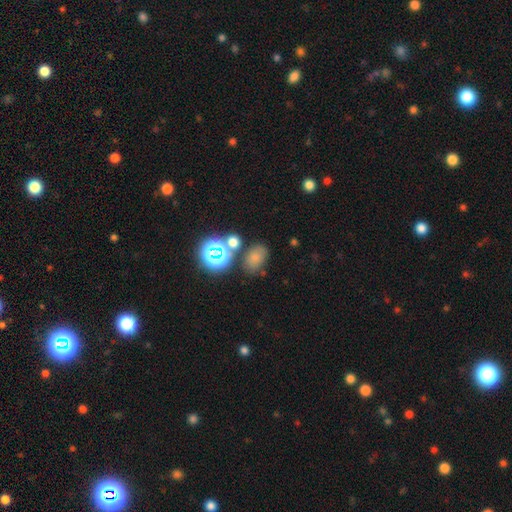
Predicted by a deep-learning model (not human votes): smooth_or_featured: smooth (p=0.67) [alt: star or artifact p=0.23]
how_rounded: in between (p=0.75) [alt: round p=0.24]
merging: none (p=0.68) [alt: merger p=0.14]